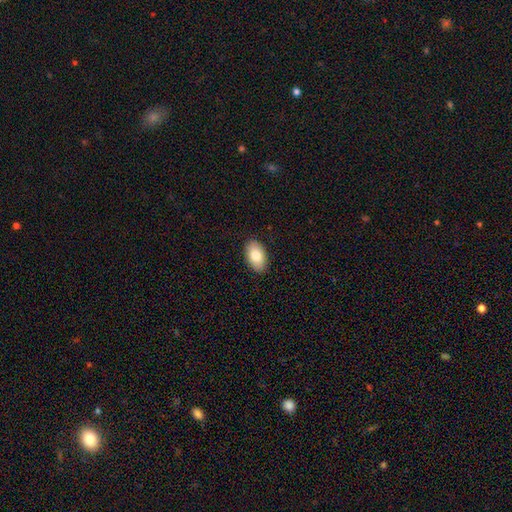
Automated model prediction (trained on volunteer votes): smooth_or_featured: smooth (p=0.80) [alt: featured or disk p=0.14]
how_rounded: in between (p=0.93) [alt: round p=0.05]
merging: none (p=0.89) [alt: minor disturbance p=0.08]